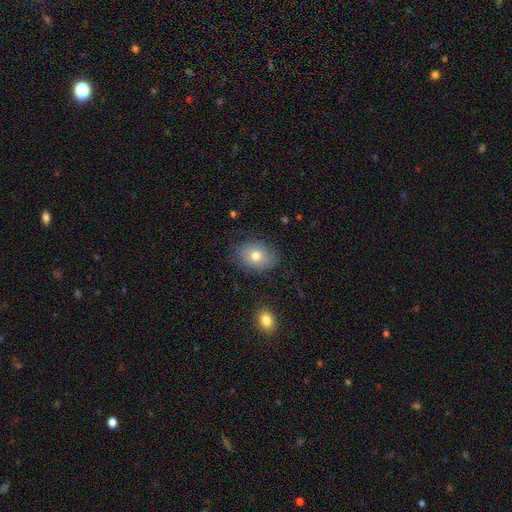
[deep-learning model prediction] Morphology: type=smooth (74%); roundness=in between (67%); merging=none (80%).